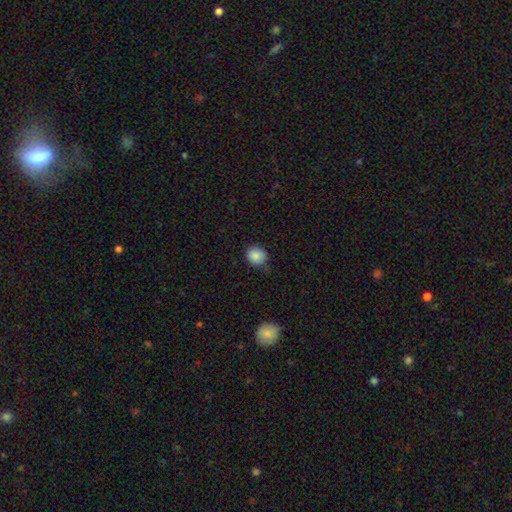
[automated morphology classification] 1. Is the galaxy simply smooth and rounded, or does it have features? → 86% smooth, 9% star or artifact, 4% featured or disk.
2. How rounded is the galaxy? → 80% round, 19% in between, 1% cigar-shaped.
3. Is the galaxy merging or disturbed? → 78% none, 18% minor disturbance, 3% major disturbance, 2% merger.